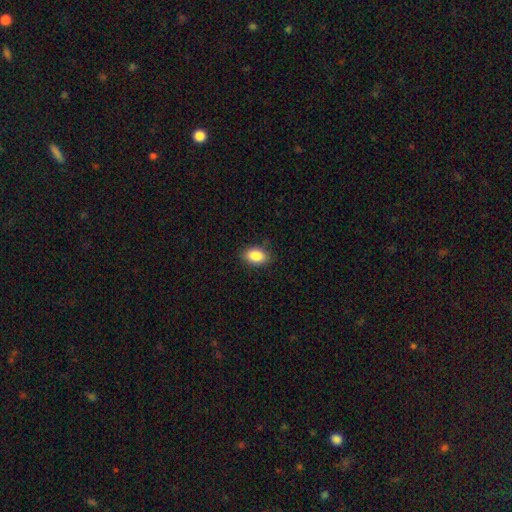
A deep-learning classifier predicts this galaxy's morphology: The model was most divided on "merging": none: 85%, minor disturbance: 12%, major disturbance: 3%, merger: 1%. More confident: how rounded — in between (89%); smooth or featured — smooth (88%).